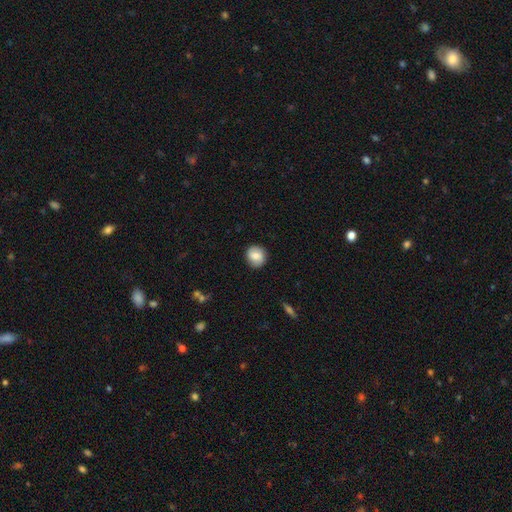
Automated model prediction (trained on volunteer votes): Smooth or featured?
  - smooth: 75% *
  - featured or disk: 17%
  - star or artifact: 8%
How rounded?
  - round: 82% *
  - in between: 17%
  - cigar-shaped: 1%
Merging?
  - none: 87% *
  - minor disturbance: 10%
  - major disturbance: 2%
  - merger: 1%